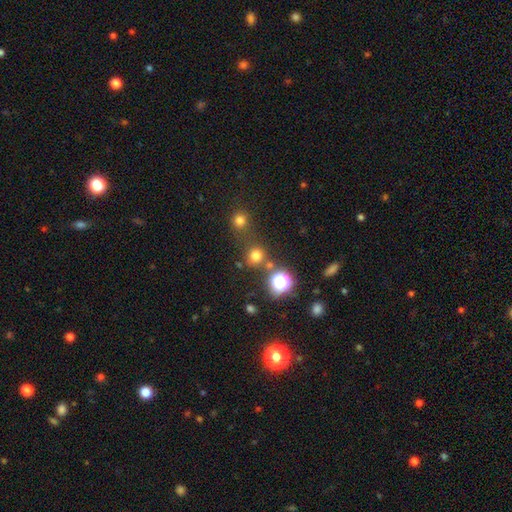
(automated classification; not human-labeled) smooth-or-featured: smooth: 69% | star or artifact: 24% | featured or disk: 6%
  how-rounded: round: 89% | in between: 10% | cigar-shaped: 1%
  merging: none: 72% | merger: 14% | minor disturbance: 9% | major disturbance: 5%